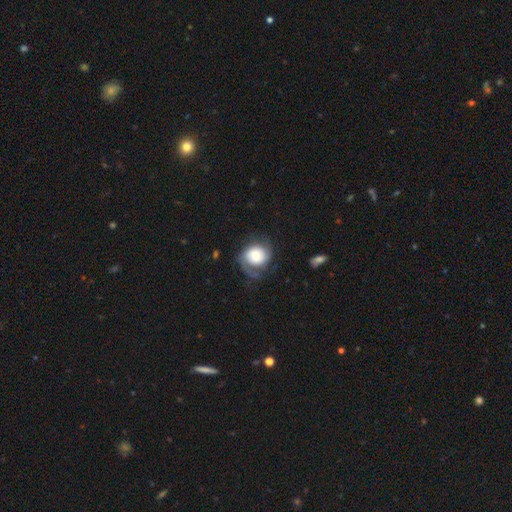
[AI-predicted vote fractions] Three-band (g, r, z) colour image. It shows a featured or disk galaxy (53%) with no bar (71%), spiral arms (86%) and a large central bulge (35%). Merging: none (54%).